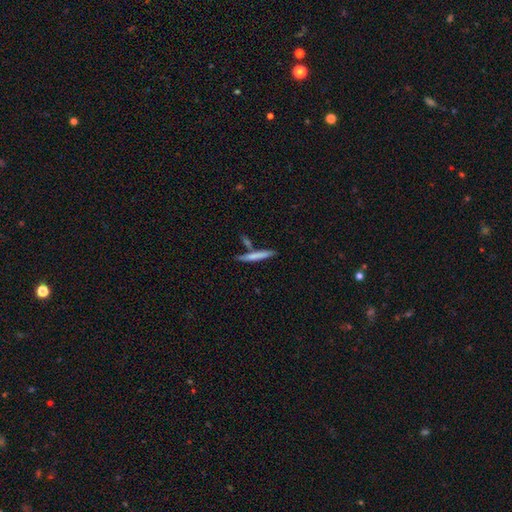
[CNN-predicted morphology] This is likely a smooth galaxy (68%). How rounded: clearly cigar-shaped (93%). Merging: likely none (70%).